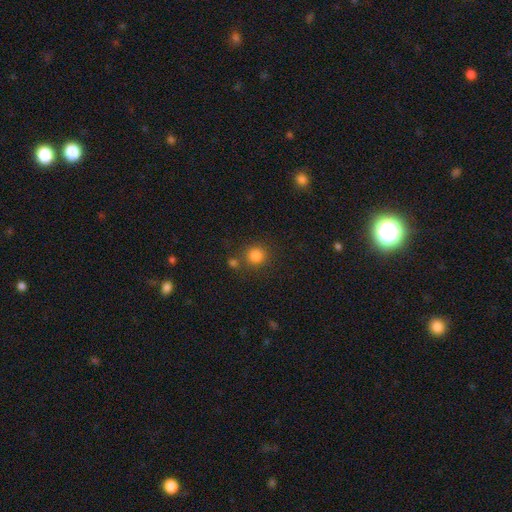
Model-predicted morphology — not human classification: The model was most divided on "merging": none: 77%, merger: 12%, minor disturbance: 8%, major disturbance: 3%. More confident: how rounded — round (92%); smooth or featured — smooth (83%).